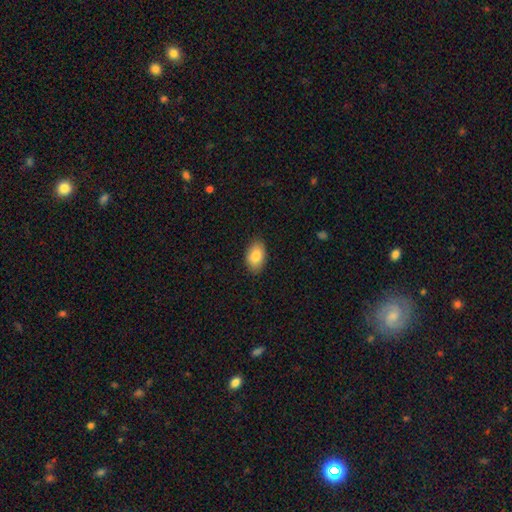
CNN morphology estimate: Smooth or featured: smooth — 85% (featured or disk — 9%)
How rounded: in between — 92% (round — 7%)
Merging: none — 85% (minor disturbance — 11%)